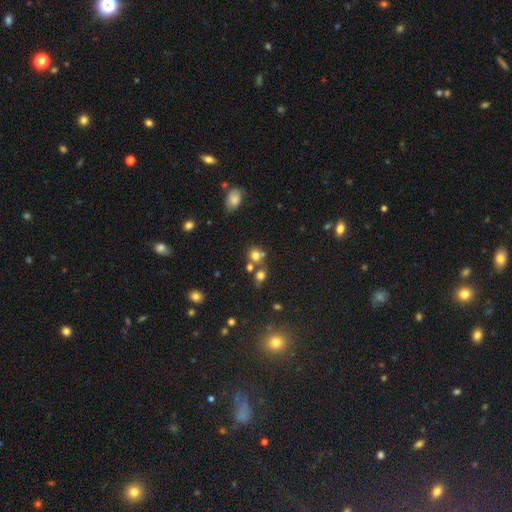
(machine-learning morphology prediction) Q: Smooth or featured?
A: smooth (72%); runner-up: star or artifact (18%)
Q: How rounded?
A: round (78%); runner-up: in between (21%)
Q: Merging?
A: none (52%); runner-up: merger (34%)